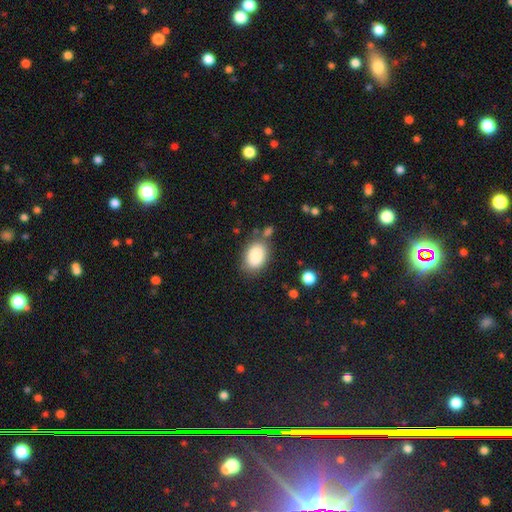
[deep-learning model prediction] This is clearly a smooth galaxy (88%). How rounded: clearly in between (86%). Merging: likely none (72%).